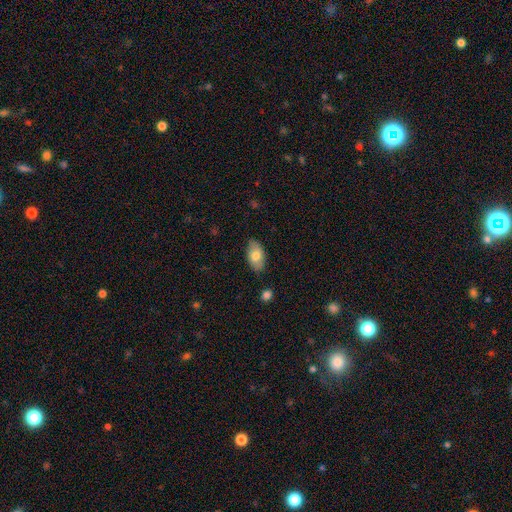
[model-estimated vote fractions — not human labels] Smooth or featured? Predicted: smooth (p=0.76). How rounded? Predicted: in between (p=0.94). Merging? Predicted: none (p=0.82).